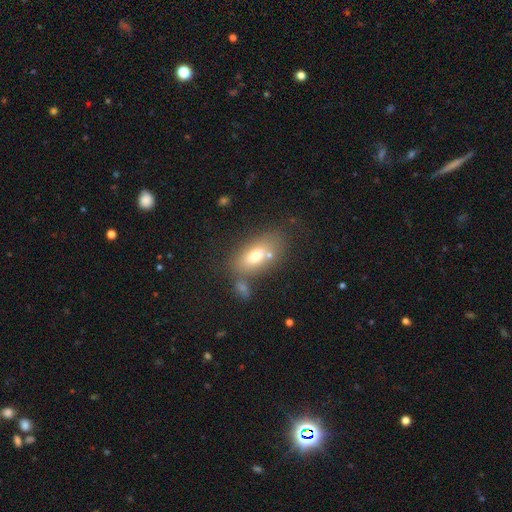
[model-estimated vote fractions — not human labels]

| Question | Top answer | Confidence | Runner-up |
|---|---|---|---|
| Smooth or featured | smooth | 69% | featured or disk (21%) |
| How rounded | in between | 86% | round (8%) |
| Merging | none | 58% | merger (20%) |